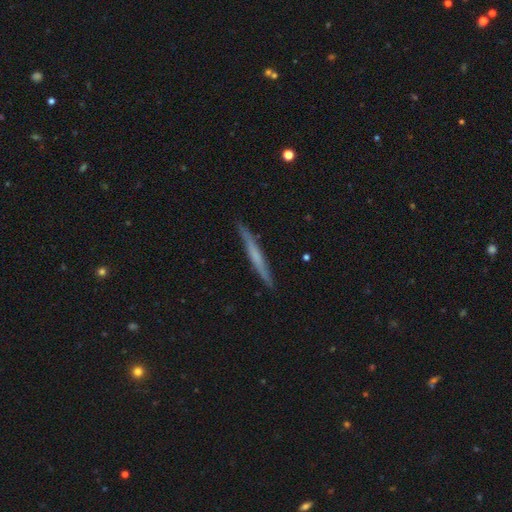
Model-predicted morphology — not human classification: smooth_or_featured: featured or disk (p=0.54) [alt: smooth p=0.40]
disk_edge_on: yes (p=0.97) [alt: no p=0.03]
edge_on_bulge: none (p=0.68) [alt: rounded p=0.22]
merging: none (p=0.90) [alt: minor disturbance p=0.08]